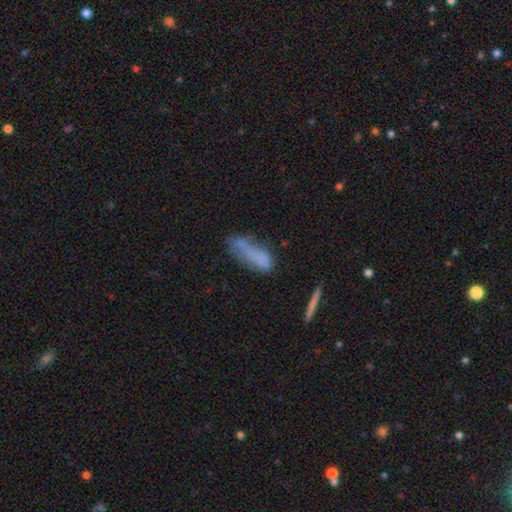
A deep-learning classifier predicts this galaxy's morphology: Overall: smooth (66%). How rounded: cigar-shaped (49%; in between 48%). Merging: none (39%; minor disturbance 29%).